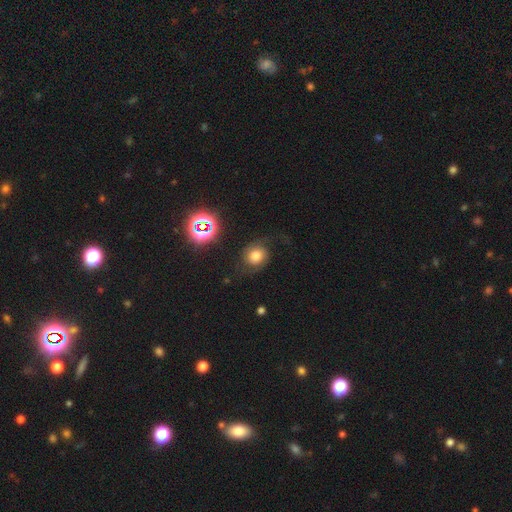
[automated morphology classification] featured or disk 47%, smooth 38%, star or artifact 15%. Down the decision tree: merging — none (67%).